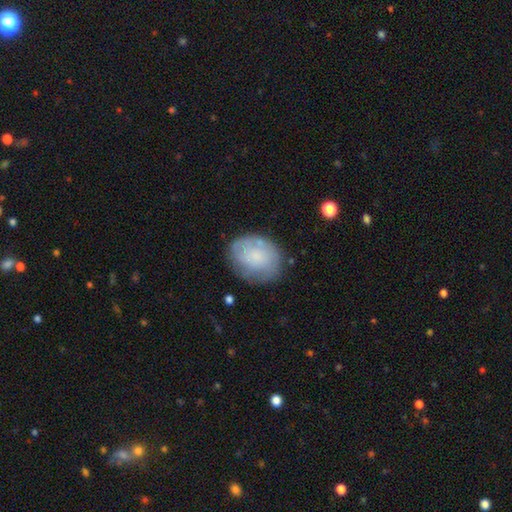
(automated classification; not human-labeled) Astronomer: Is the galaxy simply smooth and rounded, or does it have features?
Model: smooth — 60%.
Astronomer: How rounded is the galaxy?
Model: in between — 52% (runner-up: round, 47%).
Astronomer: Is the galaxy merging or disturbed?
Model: none — 68%.